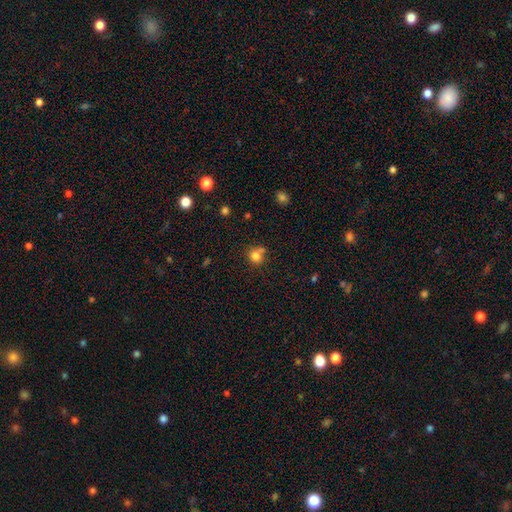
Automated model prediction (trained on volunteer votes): This is likely a smooth galaxy (79%). How rounded: clearly round (81%). Merging: possibly none (54%).